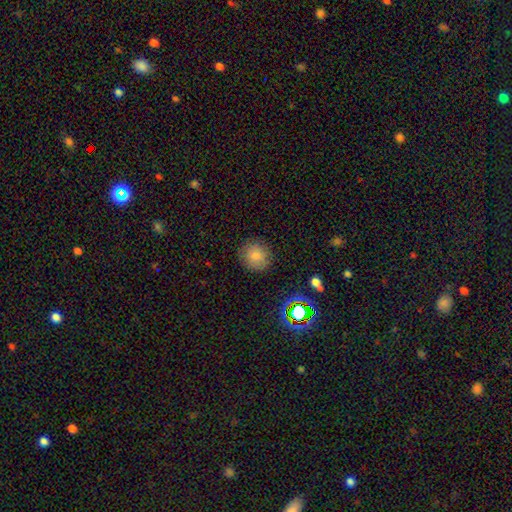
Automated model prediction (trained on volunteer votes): A smooth galaxy with no disk features (80%) that is round (91%). Merging: none (86%).